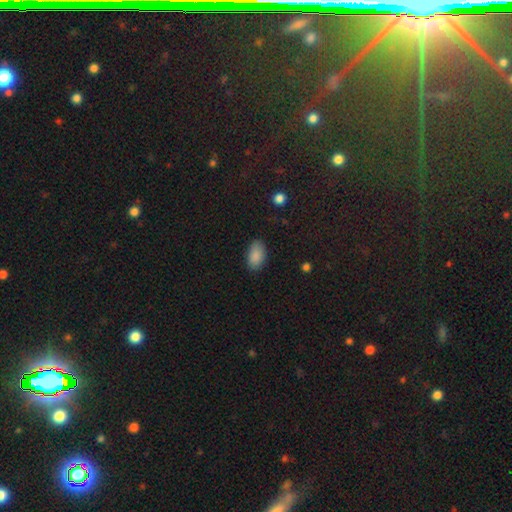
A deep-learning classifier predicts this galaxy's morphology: This appears to be a smooth galaxy with no disk features (88%) that is in between round and cigar-shaped (92%). Merging: none (83%).